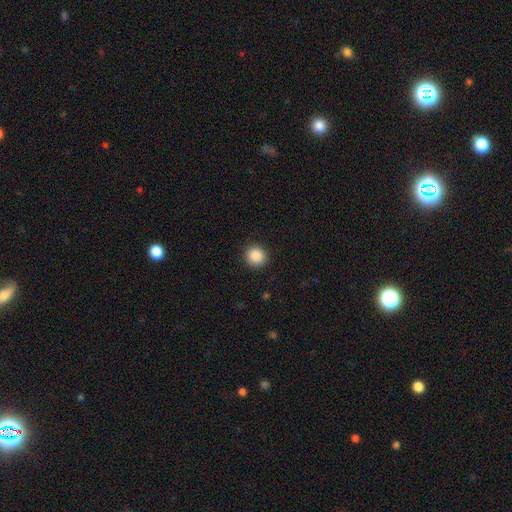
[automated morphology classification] This is clearly a smooth galaxy (88%). How rounded: clearly round (91%). Merging: clearly none (91%).